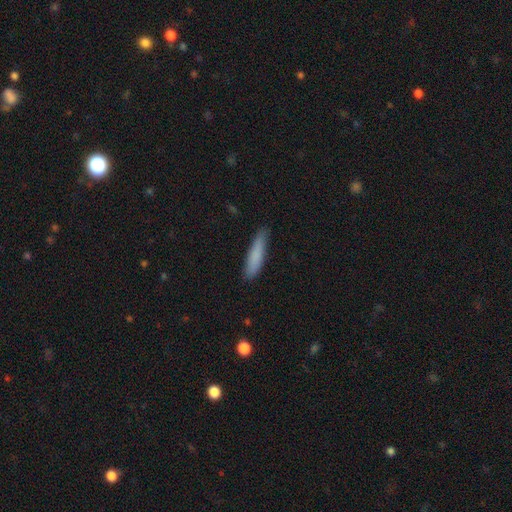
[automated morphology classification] A smooth galaxy with no disk features (81%) that is cigar-shaped (85%). Merging: none (83%).